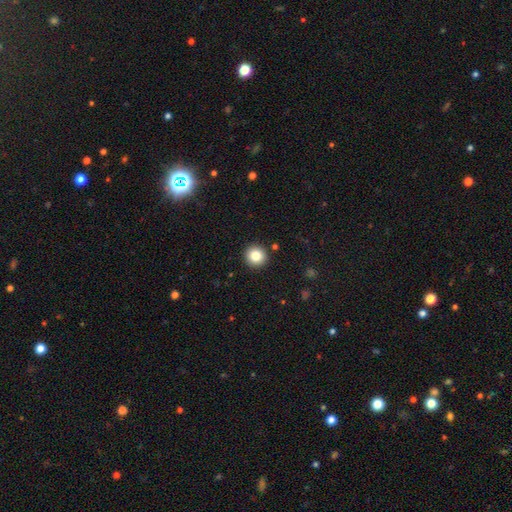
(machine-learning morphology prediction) smooth 83%, star or artifact 10%, featured or disk 7%. Down the decision tree: how rounded — round (95%); merging — none (92%).